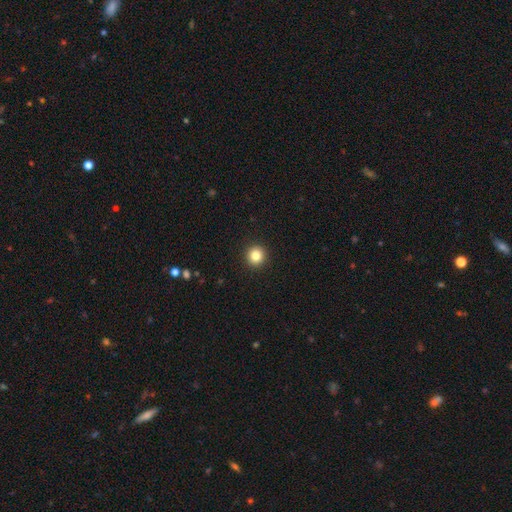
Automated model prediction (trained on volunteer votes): A smooth galaxy with no disk features (84%) that is round (94%).

Vote fractions:
- Smooth or featured? smooth: 84% / star or artifact: 11% / featured or disk: 5%
- How rounded? round: 94% / in between: 5% / cigar-shaped: 1%
- Merging? none: 94% / minor disturbance: 4% / major disturbance: 2% / merger: 1%